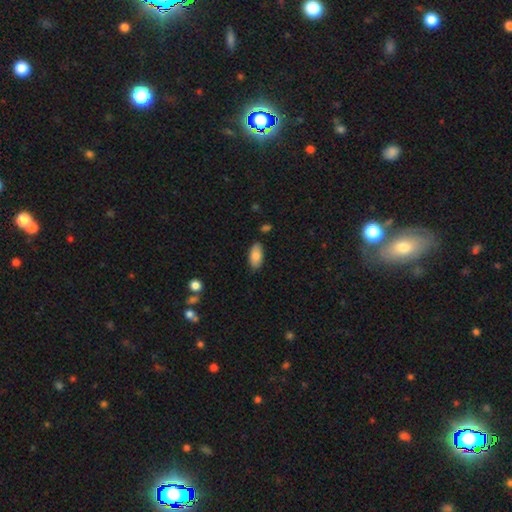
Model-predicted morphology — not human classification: type=smooth (83%); roundness=in between (93%); merging=none (85%).